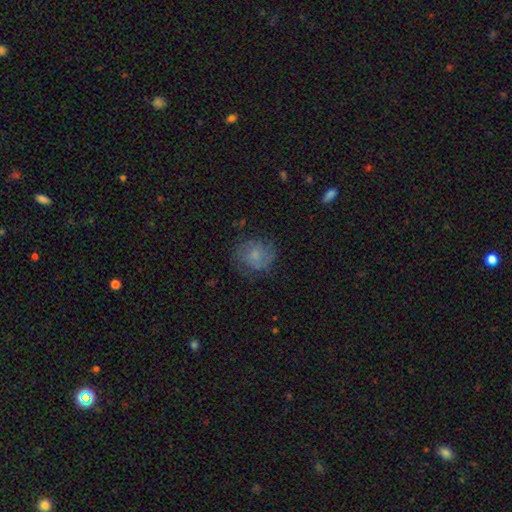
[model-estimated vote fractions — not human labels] smooth 52%, featured or disk 39%, star or artifact 9%. Down the decision tree: how rounded — round (78%); merging — none (67%).